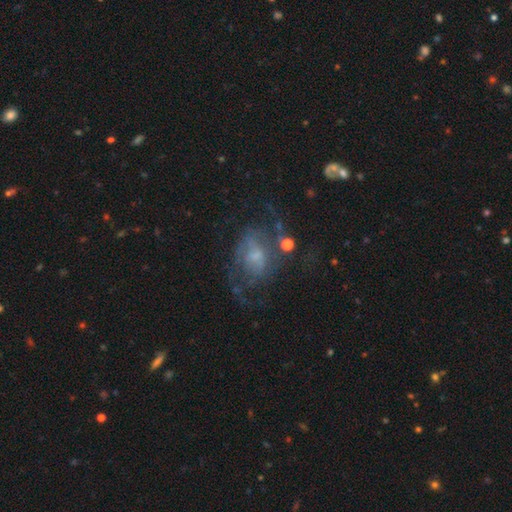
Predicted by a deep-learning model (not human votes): Overall: featured or disk (65%). Edge-on disk: no (97%). Bar: no (58%; weak 35%). Spiral arms: yes (73%). Bulge size: small (50%; moderate 29%). Merging: none (46%; major disturbance 29%).